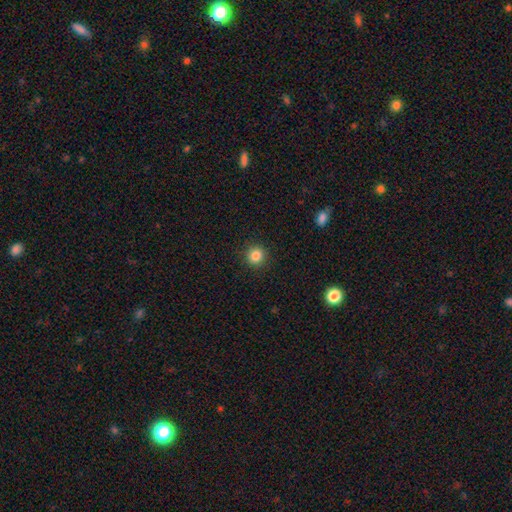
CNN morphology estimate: This is clearly a smooth galaxy (85%). How rounded: clearly round (93%). Merging: clearly none (92%).